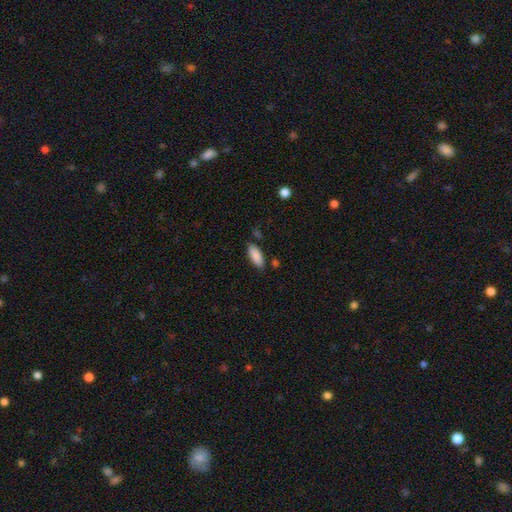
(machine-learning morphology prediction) This appears to be a smooth galaxy with no disk features (89%) that is in between round and cigar-shaped (80%). Merging: none (81%).